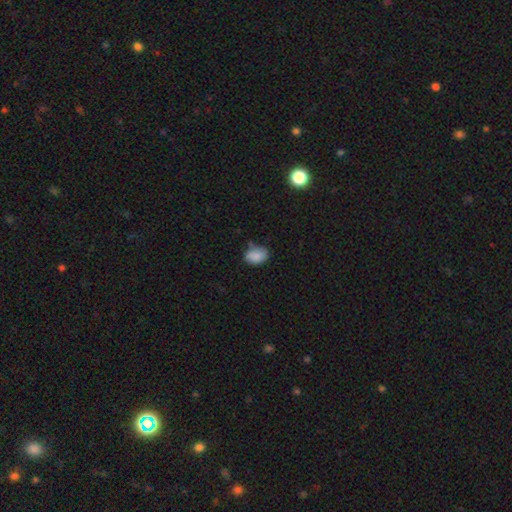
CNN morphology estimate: smooth_or_featured: smooth (p=0.85) [alt: star or artifact p=0.08]
how_rounded: in between (p=0.80) [alt: round p=0.19]
merging: none (p=0.64) [alt: minor disturbance p=0.25]